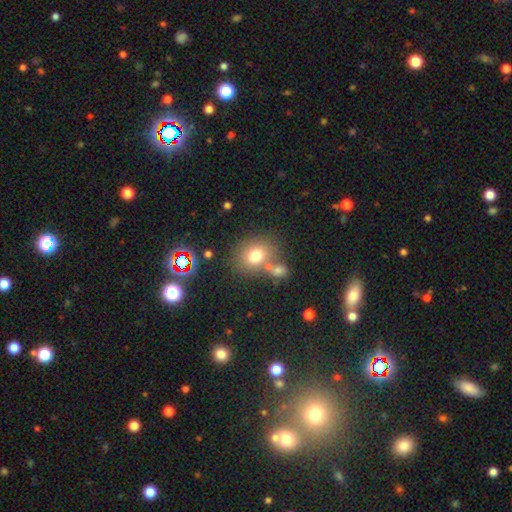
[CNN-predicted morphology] smooth 73%, star or artifact 15%, featured or disk 13%. Down the decision tree: how rounded — round (61%); merging — none (60%).